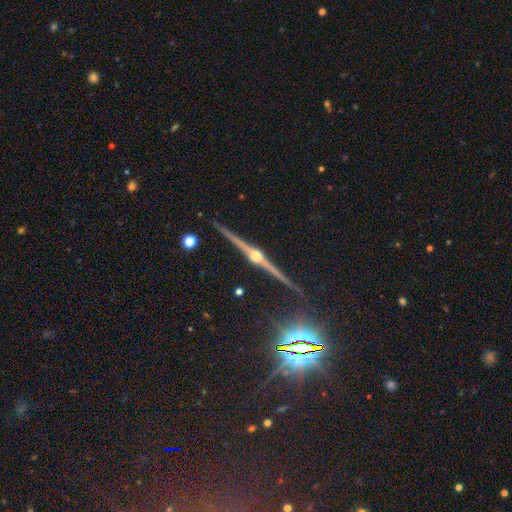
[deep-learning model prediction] A featured or disk galaxy (86%) viewed edge-on (99%) with a rounded central bulge (95%).

Vote fractions:
- Smooth or featured? featured or disk: 86% / star or artifact: 10% / smooth: 4%
- Edge-on disk? yes: 99% / no: 1%
- Edge-on bulge? rounded: 95% / boxy: 3% / none: 2%
- Merging? none: 93% / minor disturbance: 5% / merger: 1% / major disturbance: 1%